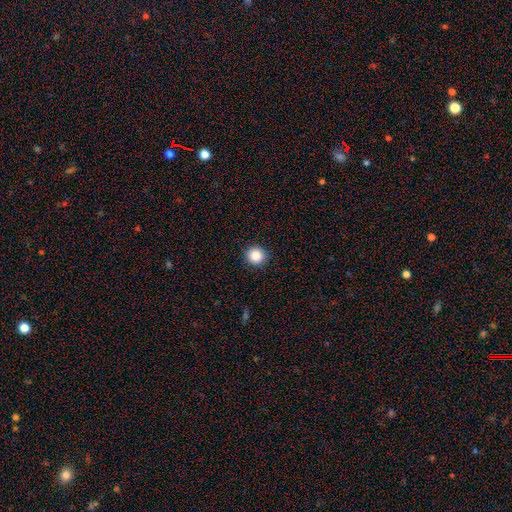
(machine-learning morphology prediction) A smooth galaxy with no disk features (86%) that is round (93%).

Vote fractions:
- Smooth or featured? smooth: 86% / star or artifact: 10% / featured or disk: 4%
- How rounded? round: 93% / in between: 6% / cigar-shaped: 1%
- Merging? none: 92% / minor disturbance: 5% / major disturbance: 2% / merger: 1%